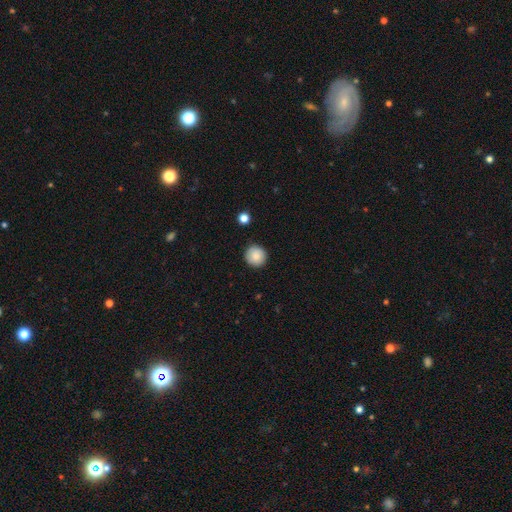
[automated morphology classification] This is clearly a smooth galaxy (87%). How rounded: clearly round (94%). Merging: clearly none (91%).